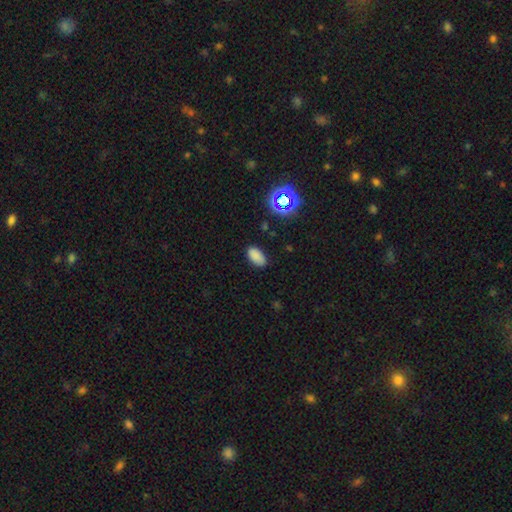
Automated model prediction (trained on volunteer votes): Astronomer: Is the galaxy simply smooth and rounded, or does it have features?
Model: smooth — 81%.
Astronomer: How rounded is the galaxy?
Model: in between — 93%.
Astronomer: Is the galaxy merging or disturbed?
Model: none — 84%.